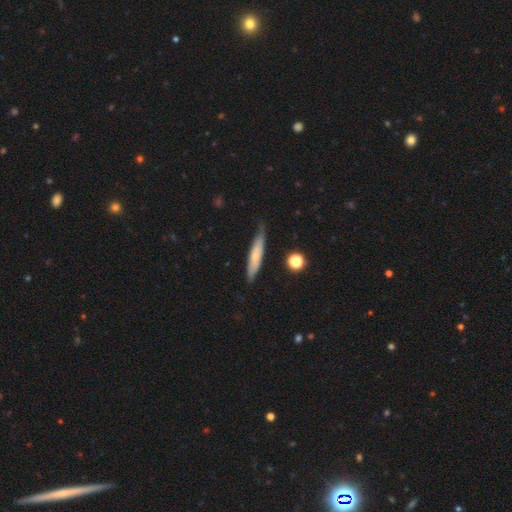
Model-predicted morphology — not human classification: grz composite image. It shows a smooth galaxy with no disk features (57%) that is cigar-shaped (81%). Merging: none (68%).